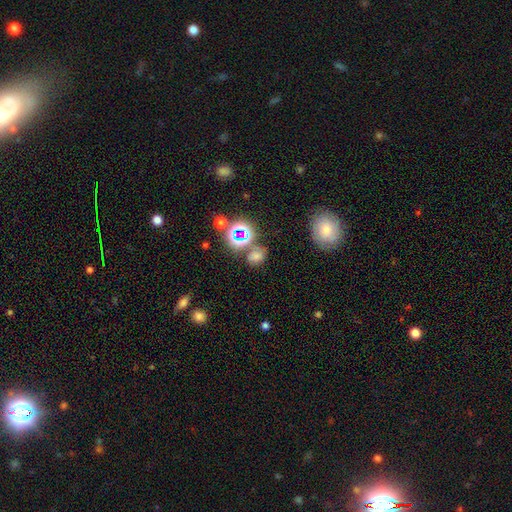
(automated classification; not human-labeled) This appears to be a smooth galaxy with no disk features (59%) that is in between round and cigar-shaped (54%). Merging: none (61%).